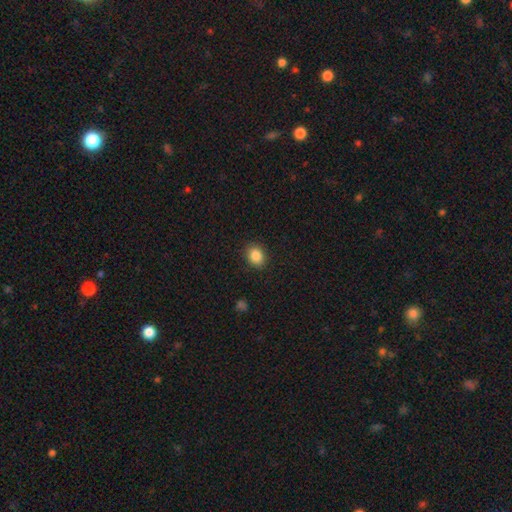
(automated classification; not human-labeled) smooth-or-featured: smooth: 86% | star or artifact: 9% | featured or disk: 4%
  how-rounded: round: 51% | in between: 48% | cigar-shaped: 1%
  merging: none: 89% | minor disturbance: 7% | major disturbance: 2% | merger: 1%